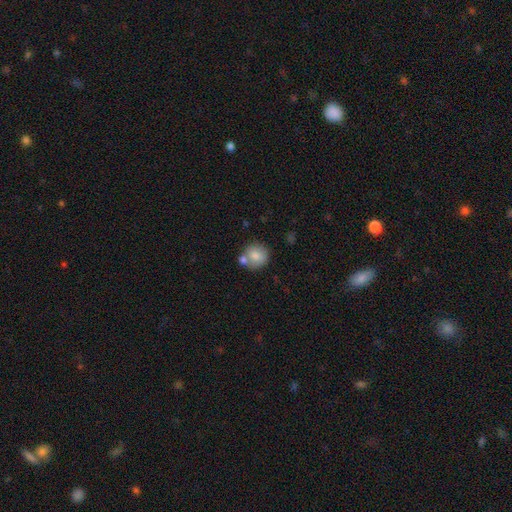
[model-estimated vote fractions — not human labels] smooth 79%, featured or disk 13%, star or artifact 8%. Down the decision tree: how rounded — round (86%); merging — none (57%).